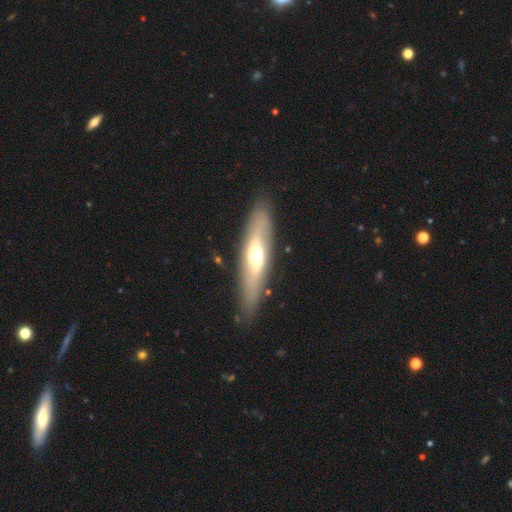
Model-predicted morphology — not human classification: featured or disk 50%, smooth 44%, star or artifact 6%. Down the decision tree: merging — none (84%).